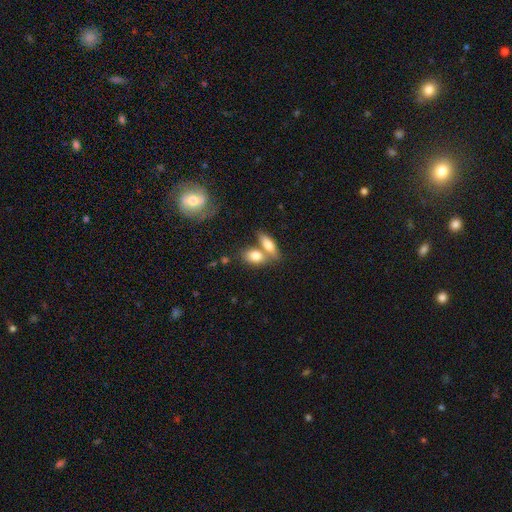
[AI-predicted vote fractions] Smooth or featured? Predicted: smooth (p=0.79). How rounded? Predicted: in between (p=0.81). Merging? Predicted: merger (p=0.46).